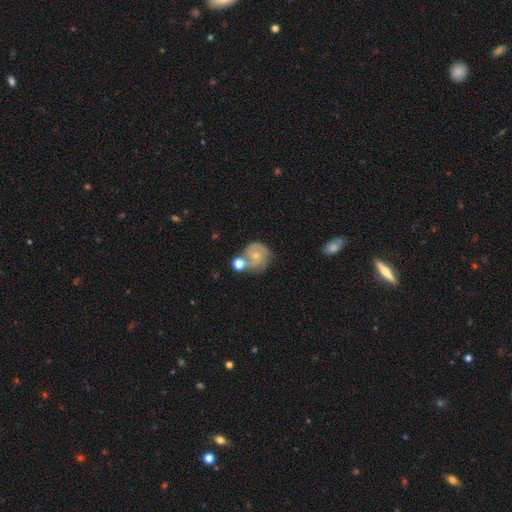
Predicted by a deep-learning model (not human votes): The model was most divided on "spiral winding": tight: 50%, medium: 38%, loose: 12%. Remaining: edge-on disk — no (98%); spiral arms — yes (88%); bar — no (74%); smooth or featured — featured or disk (65%); bulge size — small (62%); merging — none (49%); spiral arm count — 2 (47%).